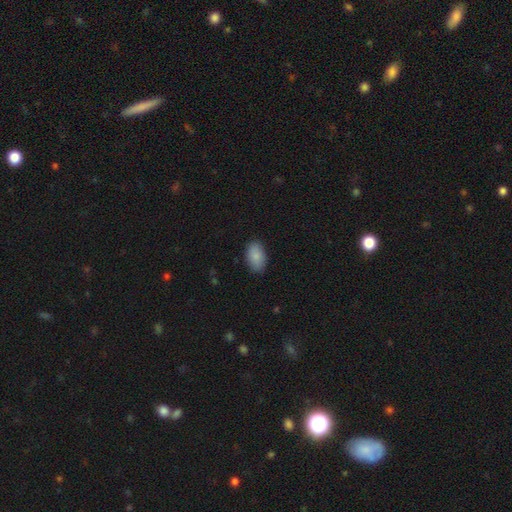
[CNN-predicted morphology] Smooth or featured: smooth — 87% (star or artifact — 7%)
How rounded: in between — 92% (round — 6%)
Merging: none — 86% (minor disturbance — 11%)